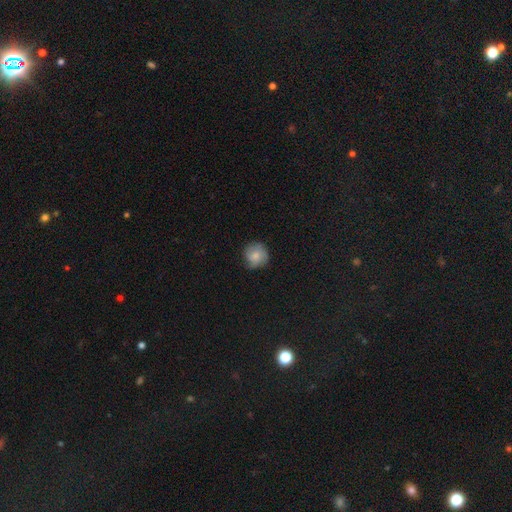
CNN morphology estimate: Overall: smooth (69%). How rounded: round (91%). Merging: none (75%).